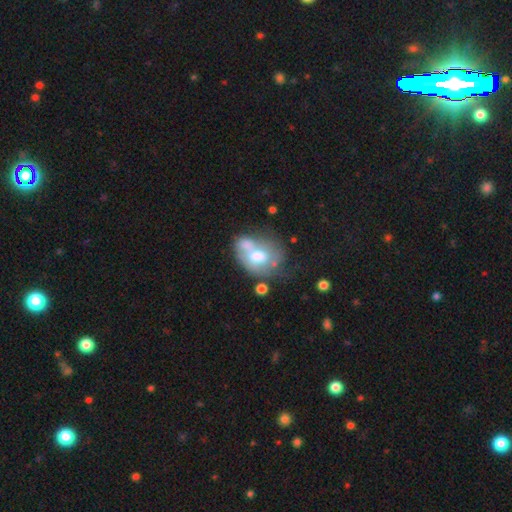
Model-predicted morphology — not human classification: A smooth galaxy with no disk features (51%) that is in between round and cigar-shaped (65%).

Vote fractions:
- Smooth or featured? smooth: 51% / featured or disk: 40% / star or artifact: 9%
- How rounded? in between: 65% / round: 33% / cigar-shaped: 1%
- Merging? merger: 45% / none: 22% / major disturbance: 16% / minor disturbance: 16%